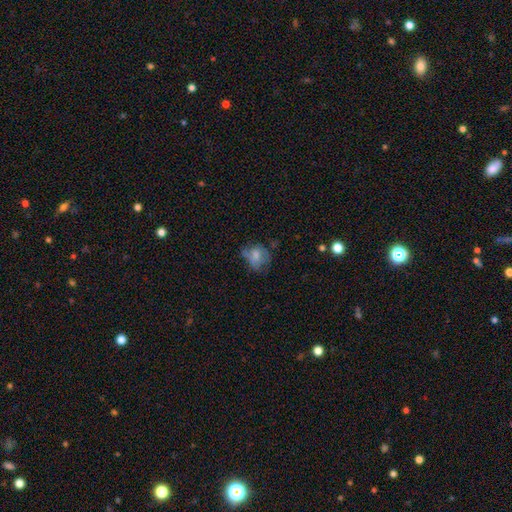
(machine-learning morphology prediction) Smooth or featured? smooth (61%)
How rounded? round (54%)
Merging? none (41%)